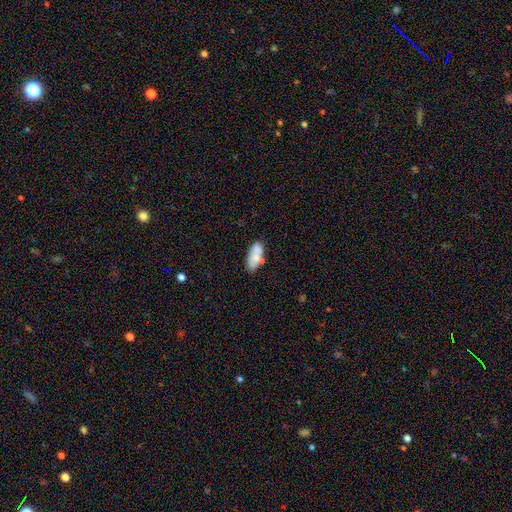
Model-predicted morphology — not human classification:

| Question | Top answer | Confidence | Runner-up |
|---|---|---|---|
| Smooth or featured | smooth | 73% | featured or disk (20%) |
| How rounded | in between | 86% | cigar-shaped (11%) |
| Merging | none | 60% | merger (18%) |